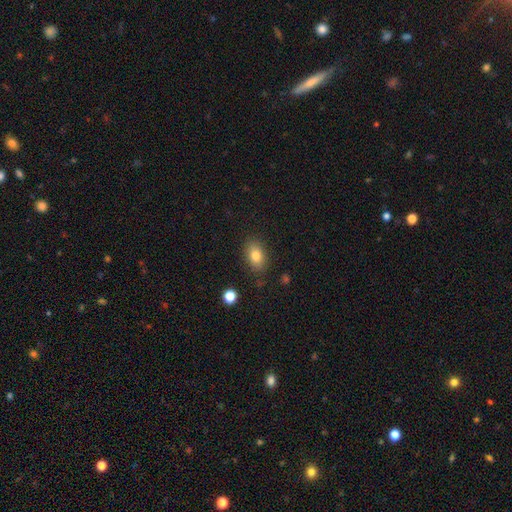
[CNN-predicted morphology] Smooth or featured? smooth (81%)
How rounded? in between (85%)
Merging? none (84%)